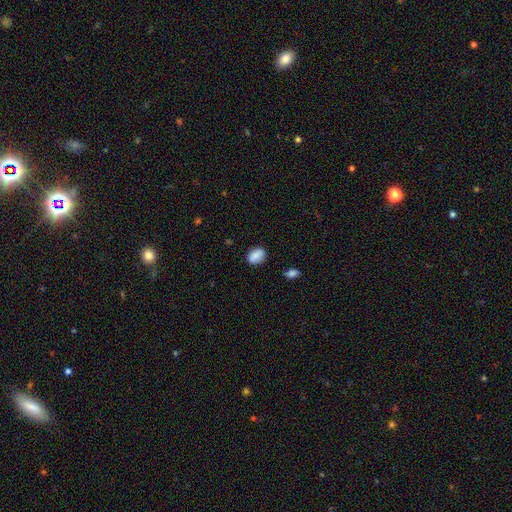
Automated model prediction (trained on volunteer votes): Overall: smooth (82%). How rounded: in between (72%). Merging: none (79%).